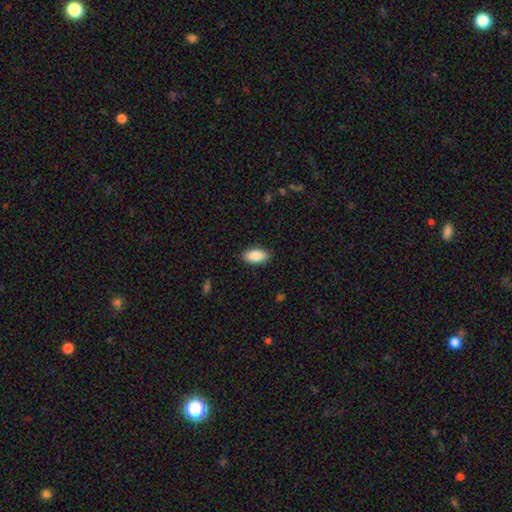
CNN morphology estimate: smooth_or_featured: smooth (p=0.89) [alt: star or artifact p=0.06]
how_rounded: in between (p=0.92) [alt: cigar-shaped p=0.05]
merging: none (p=0.88) [alt: minor disturbance p=0.09]